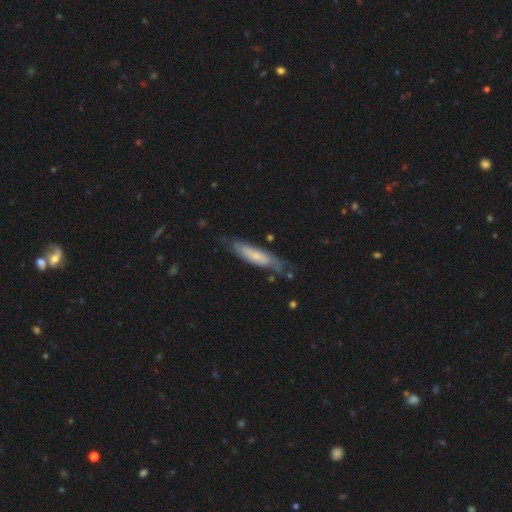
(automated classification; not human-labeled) This appears to be a smooth galaxy with no disk features (51%) that is cigar-shaped (69%). Merging: none (64%).